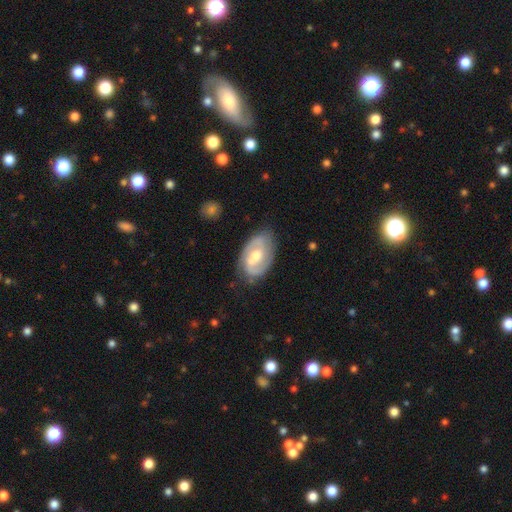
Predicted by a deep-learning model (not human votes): This appears to be a featured or disk galaxy (75%) with a weak bar (50%), 2 (76%) medium (44%) spiral arms (86%) and a moderate central bulge (69%). Merging: none (73%).